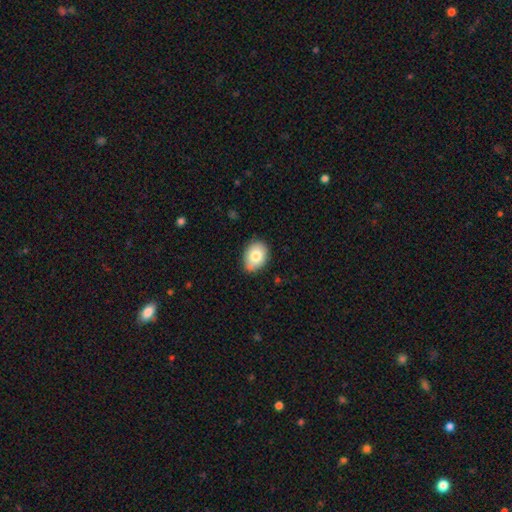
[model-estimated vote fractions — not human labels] Smooth or featured? smooth (79%)
How rounded? in between (72%)
Merging? none (80%)